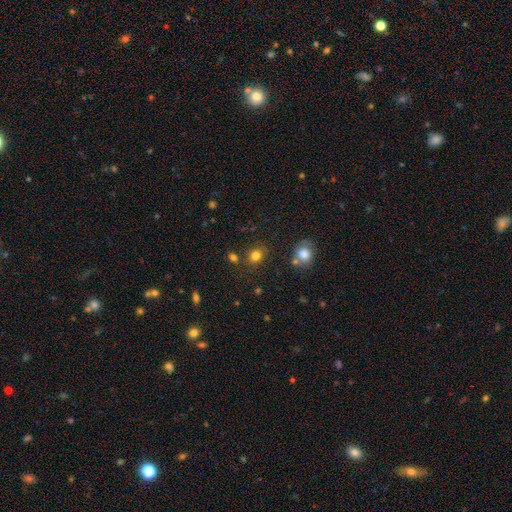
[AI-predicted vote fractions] Smooth or featured? Predicted: smooth (p=0.80). How rounded? Predicted: round (p=0.67). Merging? Predicted: none (p=0.78).